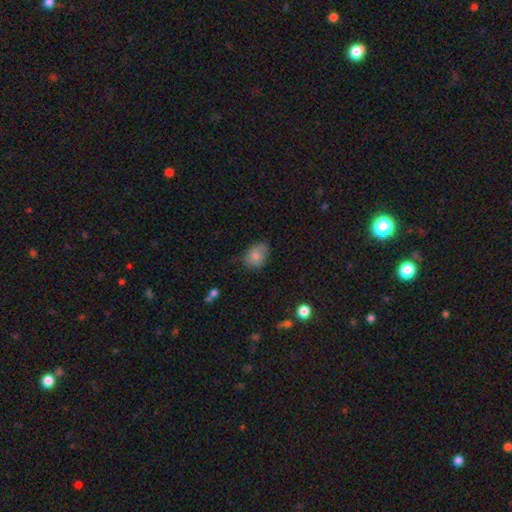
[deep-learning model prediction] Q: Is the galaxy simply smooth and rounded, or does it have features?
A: smooth — 81%.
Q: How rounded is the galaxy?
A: in between — 66%.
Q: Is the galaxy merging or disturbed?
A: none — 59%.